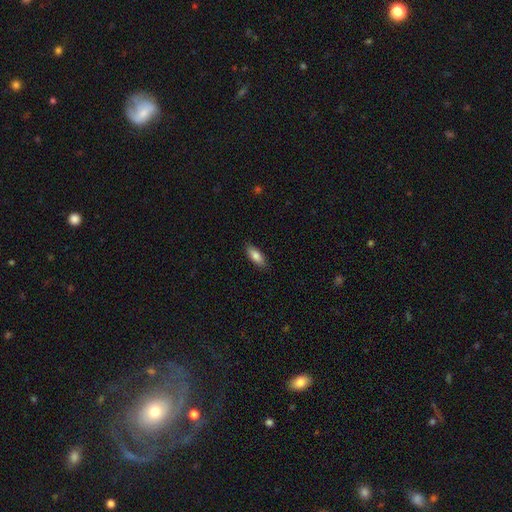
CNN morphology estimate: smooth_or_featured: smooth (p=0.83) [alt: featured or disk p=0.11]
how_rounded: in between (p=0.76) [alt: cigar-shaped p=0.22]
merging: none (p=0.87) [alt: minor disturbance p=0.10]